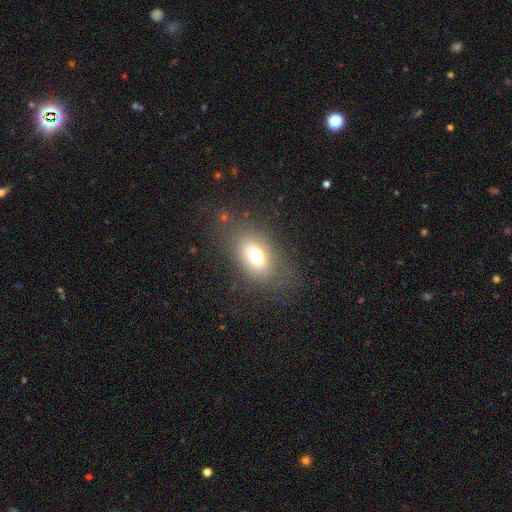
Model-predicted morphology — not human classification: Smooth or featured? smooth (68%)
How rounded? in between (79%)
Merging? none (75%)